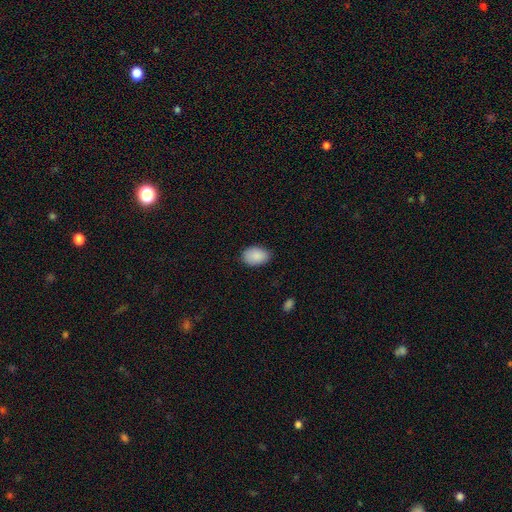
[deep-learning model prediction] This is clearly a smooth galaxy (90%). How rounded: clearly in between (89%). Merging: clearly none (82%).